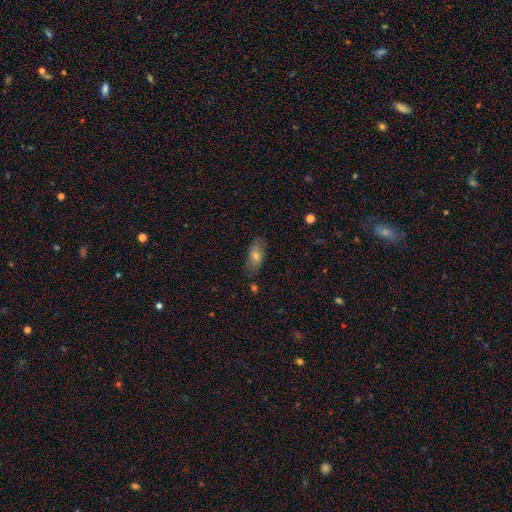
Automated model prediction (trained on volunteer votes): A smooth galaxy with no disk features (61%) that is in between round and cigar-shaped (82%). Merging: none (79%).